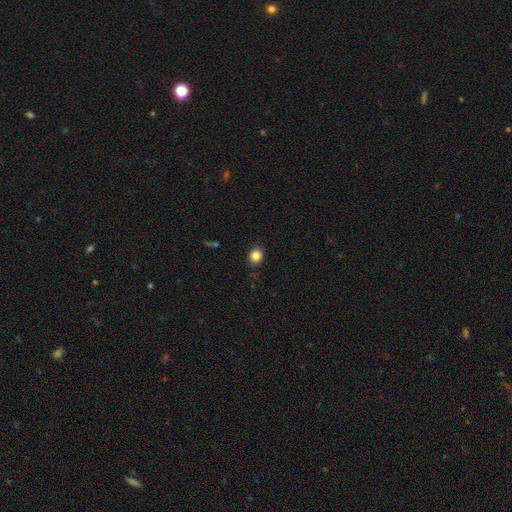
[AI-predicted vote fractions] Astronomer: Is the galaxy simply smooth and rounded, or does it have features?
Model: smooth — 85%.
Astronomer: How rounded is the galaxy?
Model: round — 63%.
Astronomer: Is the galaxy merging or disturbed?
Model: none — 87%.